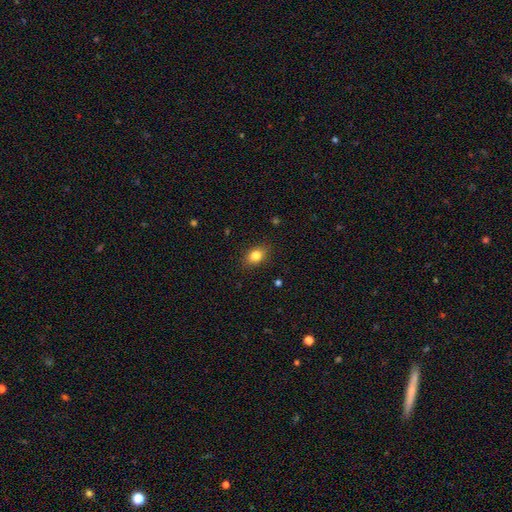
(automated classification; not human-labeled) Smooth or featured? smooth (82%)
How rounded? in between (72%)
Merging? none (85%)